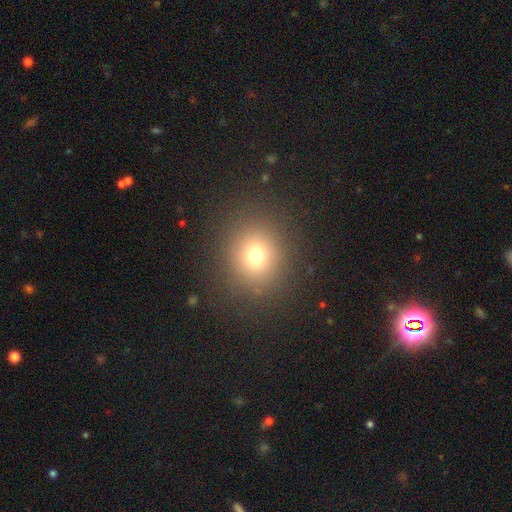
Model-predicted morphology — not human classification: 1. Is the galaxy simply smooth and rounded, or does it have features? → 73% smooth, 17% star or artifact, 10% featured or disk.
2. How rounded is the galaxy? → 80% round, 19% in between, 1% cigar-shaped.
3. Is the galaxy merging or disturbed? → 87% none, 7% minor disturbance, 4% major disturbance, 1% merger.